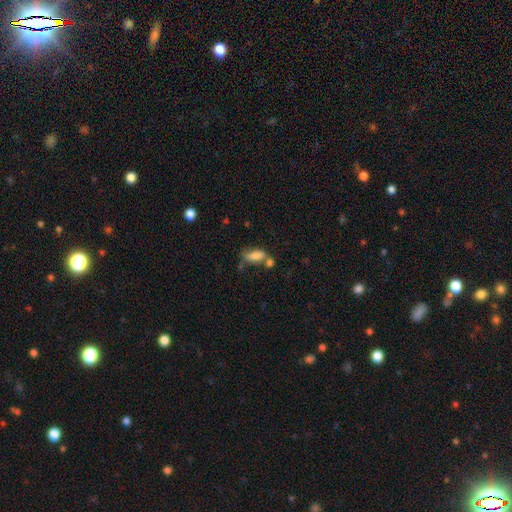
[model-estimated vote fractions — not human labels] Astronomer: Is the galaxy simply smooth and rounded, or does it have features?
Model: smooth — 76%.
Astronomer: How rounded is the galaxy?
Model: in between — 83%.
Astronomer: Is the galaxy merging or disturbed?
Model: merger — 35% (runner-up: none, 33%).